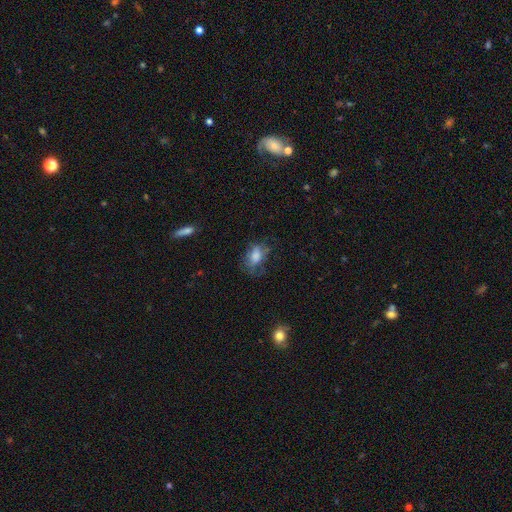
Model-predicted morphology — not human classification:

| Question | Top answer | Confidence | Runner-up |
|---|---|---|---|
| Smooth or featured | smooth | 62% | featured or disk (25%) |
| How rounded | in between | 82% | round (15%) |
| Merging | none | 51% | minor disturbance (26%) |